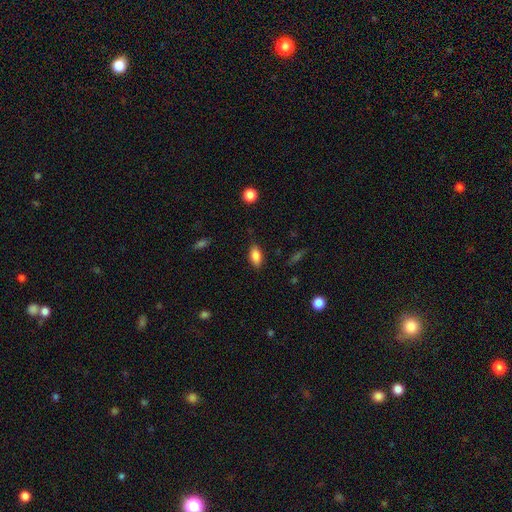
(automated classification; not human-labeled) This appears to be a smooth galaxy with no disk features (84%) that is in between round and cigar-shaped (88%). Merging: none (84%).